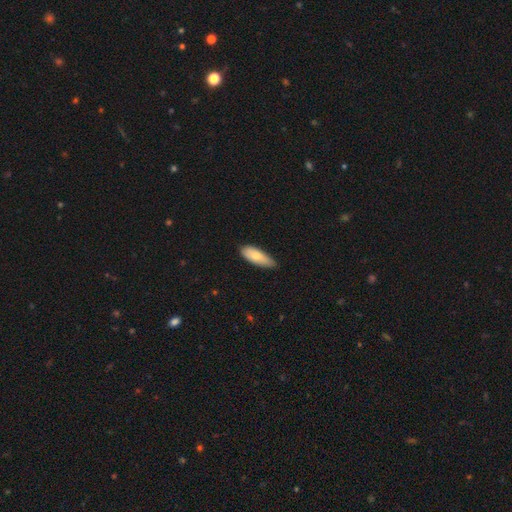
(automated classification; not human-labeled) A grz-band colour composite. It shows a smooth galaxy with no disk features (74%) that is in between round and cigar-shaped (71%). Merging: none (70%).